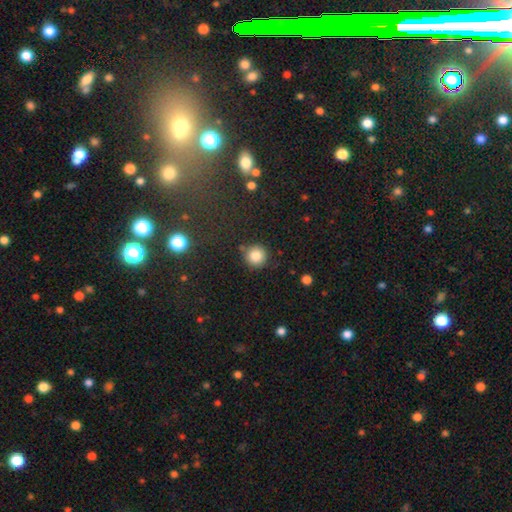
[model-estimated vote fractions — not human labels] A smooth galaxy with no disk features (83%) that is round (94%).

Vote fractions:
- Smooth or featured? smooth: 83% / star or artifact: 11% / featured or disk: 6%
- How rounded? round: 94% / in between: 5% / cigar-shaped: 1%
- Merging? none: 86% / minor disturbance: 8% / merger: 3% / major disturbance: 2%